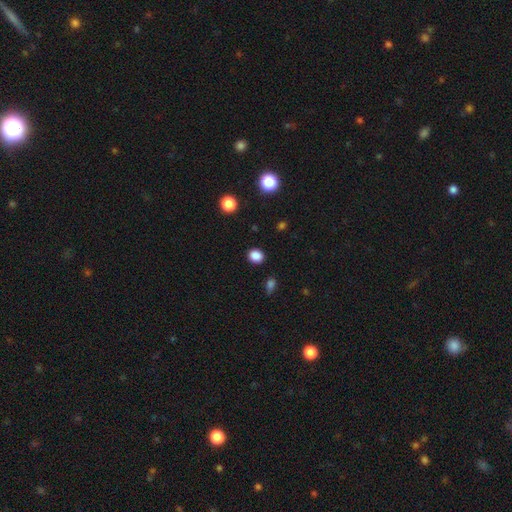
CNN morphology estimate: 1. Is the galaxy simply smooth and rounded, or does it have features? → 86% smooth, 11% star or artifact, 3% featured or disk.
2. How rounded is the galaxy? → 63% round, 36% in between, 1% cigar-shaped.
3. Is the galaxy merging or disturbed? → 89% none, 7% minor disturbance, 2% major disturbance, 1% merger.